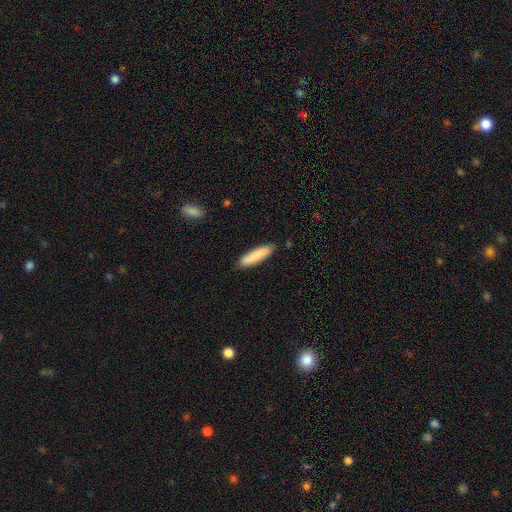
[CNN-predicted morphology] type=smooth (80%); roundness=cigar-shaped (77%); merging=none (85%).